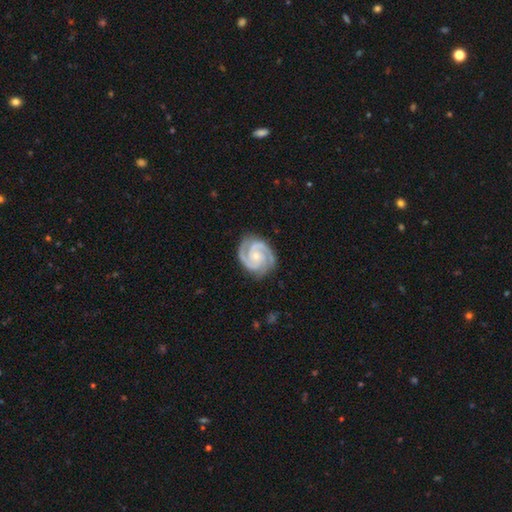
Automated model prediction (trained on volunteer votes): Overall: featured or disk (93%). Edge-on disk: no (98%). Bar: no (64%; weak 28%). Spiral arms: yes (99%). Spiral arm count: 2 (61%; 3 30%). Spiral winding: tight (60%; medium 37%). Bulge size: small (67%; moderate 28%). Merging: none (82%).